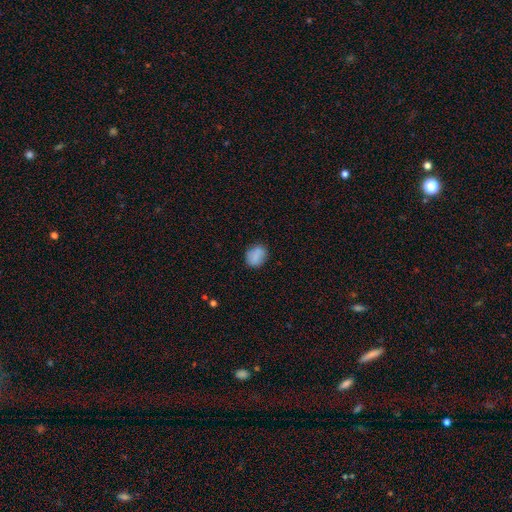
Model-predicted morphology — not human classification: This appears to be a smooth galaxy with no disk features (82%) that is in between round and cigar-shaped (51%). Merging: none (82%).